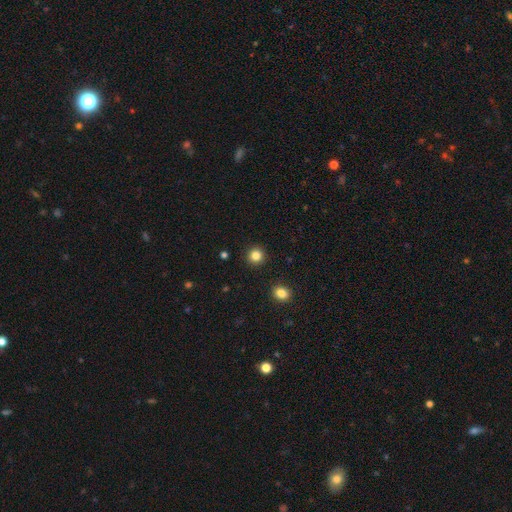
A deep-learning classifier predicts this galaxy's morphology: Smooth or featured?
  - smooth: 84% *
  - star or artifact: 12%
  - featured or disk: 4%
How rounded?
  - round: 93% *
  - in between: 6%
  - cigar-shaped: 1%
Merging?
  - none: 92% *
  - minor disturbance: 5%
  - major disturbance: 2%
  - merger: 1%